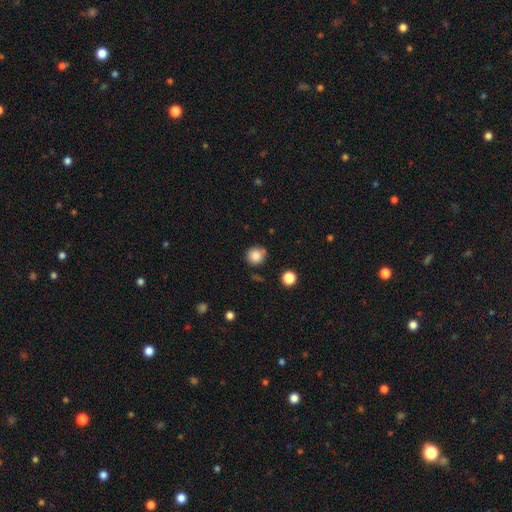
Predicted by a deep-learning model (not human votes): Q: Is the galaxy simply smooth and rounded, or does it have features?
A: smooth — 85%.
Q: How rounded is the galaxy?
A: round — 89%.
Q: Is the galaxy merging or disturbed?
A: none — 75%.